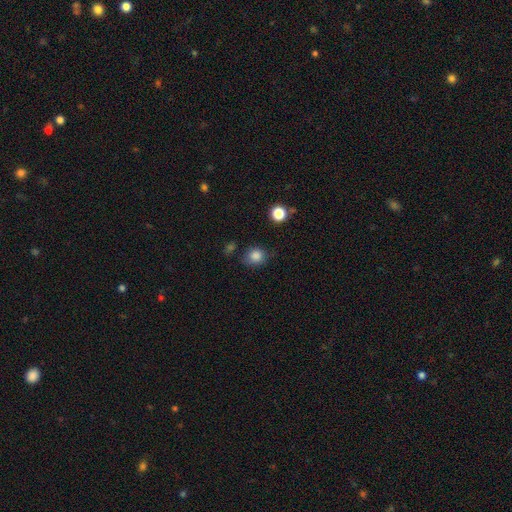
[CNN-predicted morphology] smooth-or-featured: smooth: 84% | star or artifact: 11% | featured or disk: 5%
  how-rounded: round: 73% | in between: 26% | cigar-shaped: 1%
  merging: none: 71% | minor disturbance: 20% | major disturbance: 5% | merger: 4%